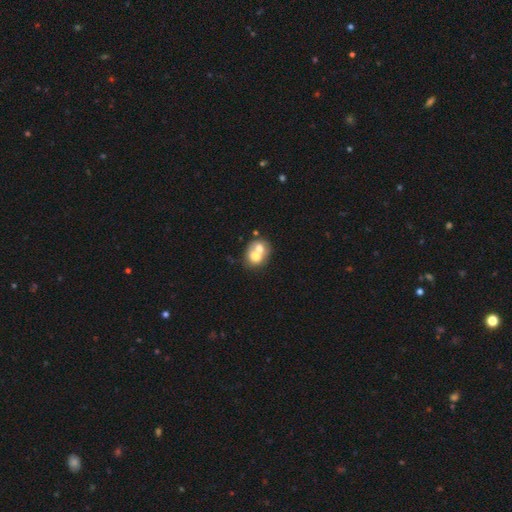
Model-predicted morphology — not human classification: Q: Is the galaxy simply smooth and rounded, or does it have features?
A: smooth — 62%.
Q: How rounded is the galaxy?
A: round — 61%.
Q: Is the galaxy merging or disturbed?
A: merger — 66%.